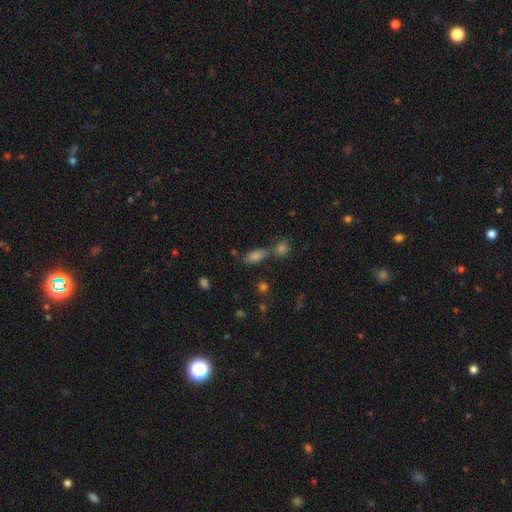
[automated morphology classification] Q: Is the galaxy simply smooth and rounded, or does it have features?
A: smooth — 68%.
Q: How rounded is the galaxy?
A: in between — 75%.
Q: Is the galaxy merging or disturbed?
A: none — 52%.